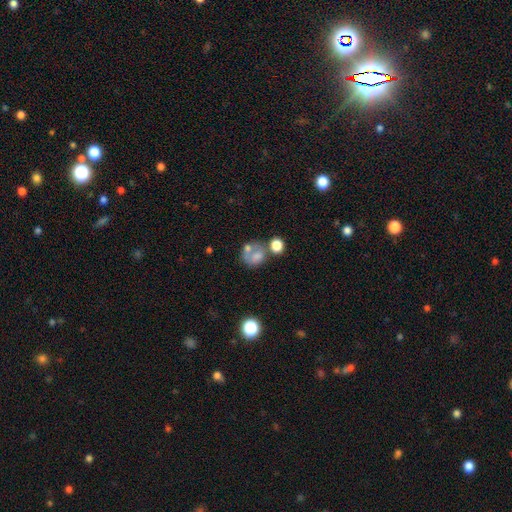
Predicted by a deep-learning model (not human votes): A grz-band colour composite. It shows a smooth galaxy with no disk features (61%) that is round (64%). Merging: none (34%).